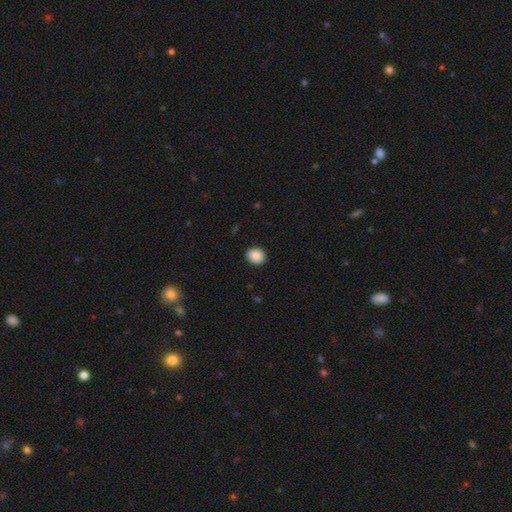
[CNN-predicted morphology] type=smooth (88%); roundness=round (63%); merging=none (91%).